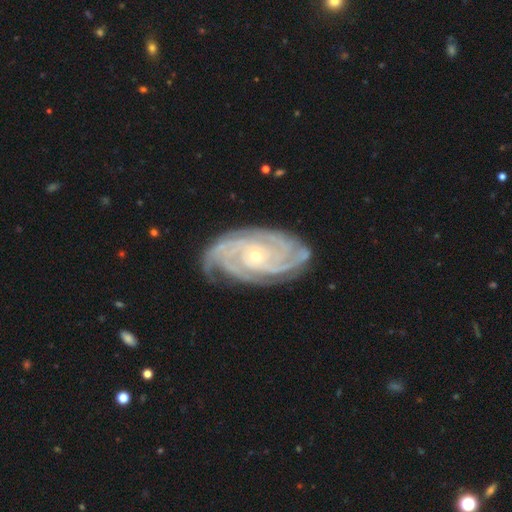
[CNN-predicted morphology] A featured or disk galaxy (92%) with no bar (75%), 4 (33%) tight (80%) spiral arms (99%) and a small central bulge (75%). Merging: none (80%).